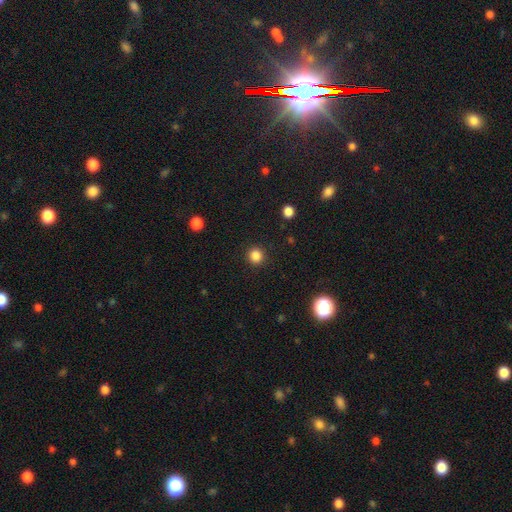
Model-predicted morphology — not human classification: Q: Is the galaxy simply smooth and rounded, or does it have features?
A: smooth — 85%.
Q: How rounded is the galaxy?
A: round — 93%.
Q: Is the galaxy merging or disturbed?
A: none — 92%.